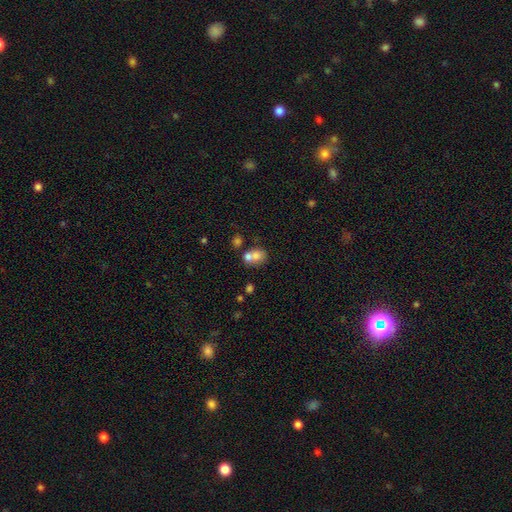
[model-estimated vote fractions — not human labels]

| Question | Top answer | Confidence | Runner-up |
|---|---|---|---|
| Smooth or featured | smooth | 72% | featured or disk (16%) |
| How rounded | round | 51% | in between (47%) |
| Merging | merger | 52% | none (34%) |